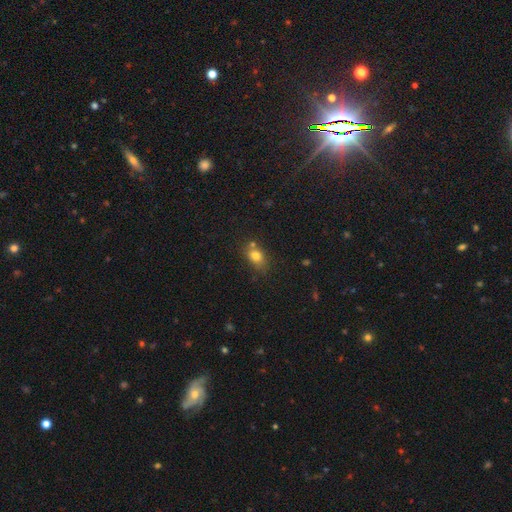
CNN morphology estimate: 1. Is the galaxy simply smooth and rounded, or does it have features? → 78% smooth, 12% star or artifact, 10% featured or disk.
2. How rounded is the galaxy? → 66% in between, 32% round, 2% cigar-shaped.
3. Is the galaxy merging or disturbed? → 60% none, 19% merger, 17% minor disturbance, 5% major disturbance.